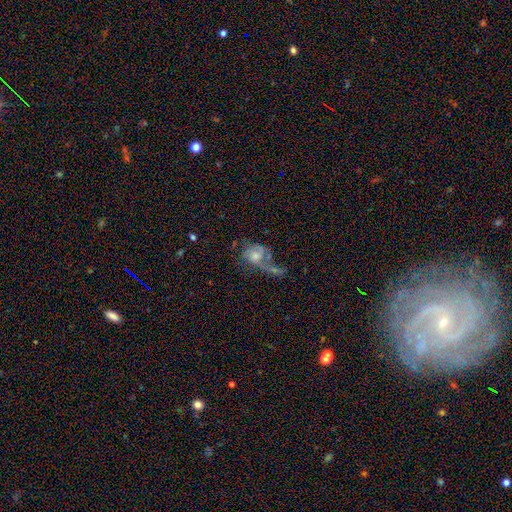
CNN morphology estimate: Q: Smooth or featured?
A: featured or disk (60%); runner-up: smooth (30%)
Q: Edge-on disk?
A: no (96%); runner-up: yes (4%)
Q: Bar?
A: no (76%); runner-up: weak (20%)
Q: Spiral arms?
A: yes (67%); runner-up: no (33%)
Q: Bulge size?
A: moderate (46%); runner-up: small (34%)
Q: Merging?
A: major disturbance (45%); runner-up: none (21%)